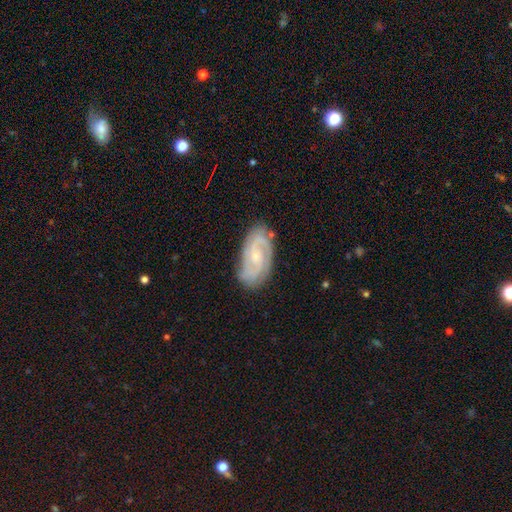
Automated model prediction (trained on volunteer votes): Smooth or featured: featured or disk — 82% (smooth — 12%)
Edge-on disk: no — 96% (yes — 4%)
Bar: no — 57% (weak — 36%)
Spiral arms: yes — 96% (no — 4%)
Spiral winding: tight — 51% (medium — 39%)
Spiral arm count: 2 — 57% (3 — 17%)
Bulge size: small — 67% (moderate — 28%)
Merging: none — 81% (minor disturbance — 15%)